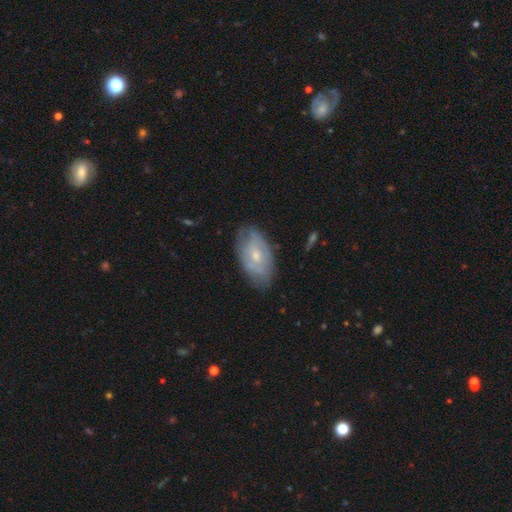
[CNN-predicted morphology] This is possibly a featured or disk galaxy (55%). It is clearly not viewed edge-on (92%). Bar: likely no (76%). Spiral arm pattern: possibly yes (53%). Central bulge: possibly small (54%). Merging: likely none (70%).